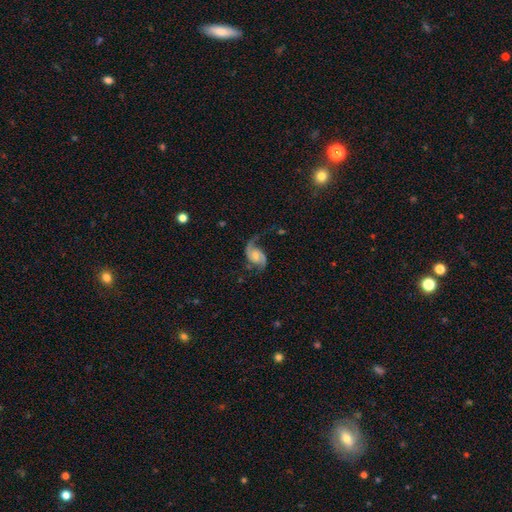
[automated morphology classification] type=featured or disk (84%); edge-on=no (98%); bar=no (63%); spiral arms=yes (96%); winding=loose (58%); arm count=2 (85%); bulge=small (46%); merging=none (57%).